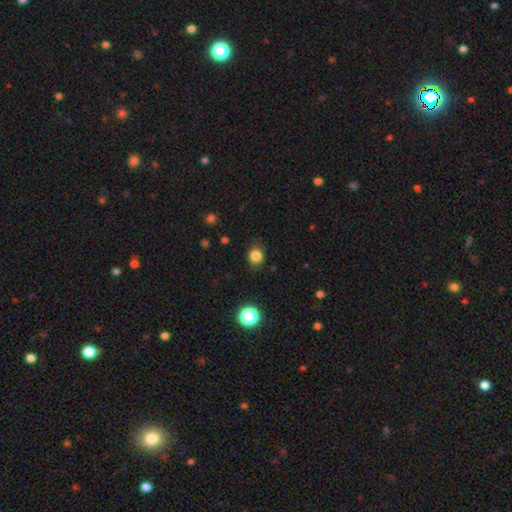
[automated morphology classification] smooth_or_featured: smooth (p=0.83) [alt: star or artifact p=0.13]
how_rounded: round (p=0.74) [alt: in between p=0.25]
merging: none (p=0.82) [alt: minor disturbance p=0.13]